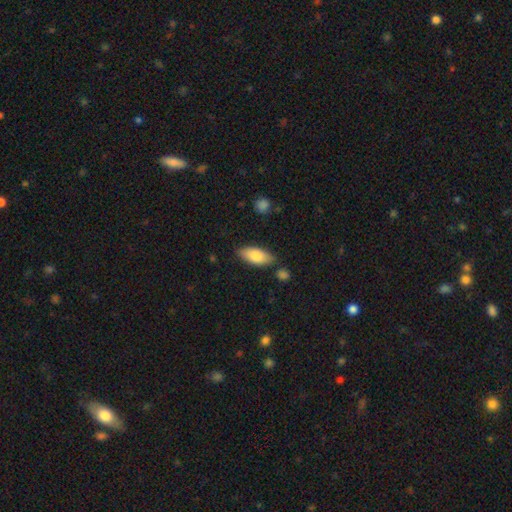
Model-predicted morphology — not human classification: Smooth or featured? smooth (81%)
How rounded? in between (86%)
Merging? none (79%)